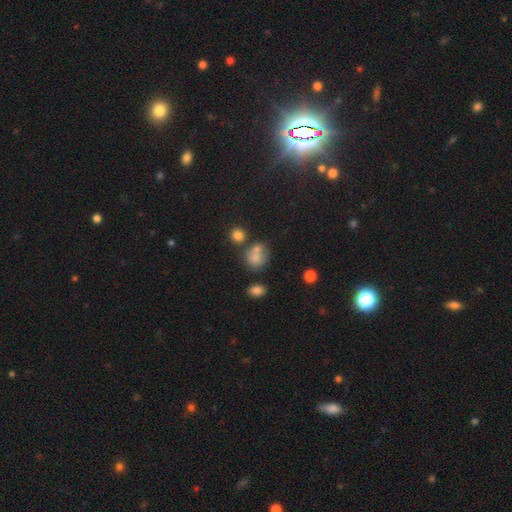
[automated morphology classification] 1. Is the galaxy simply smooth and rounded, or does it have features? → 73% smooth, 14% star or artifact, 13% featured or disk.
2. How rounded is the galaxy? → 64% round, 34% in between, 1% cigar-shaped.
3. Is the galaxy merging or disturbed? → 41% none, 35% merger, 15% minor disturbance, 8% major disturbance.